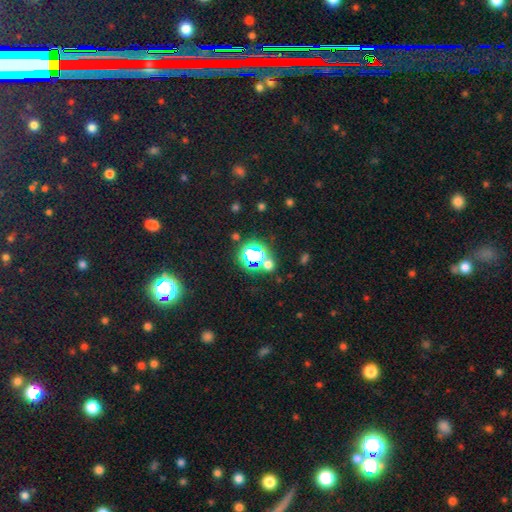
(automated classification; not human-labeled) smooth_or_featured: star or artifact (p=0.63) [alt: smooth p=0.28]